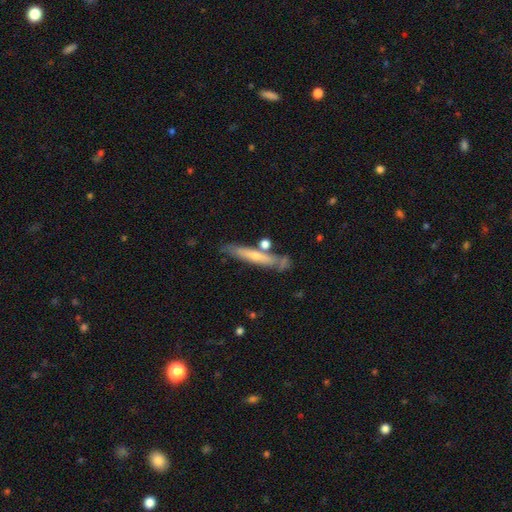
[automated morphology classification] This is possibly a smooth galaxy (52%). How rounded: clearly cigar-shaped (90%). Merging: likely none (67%).